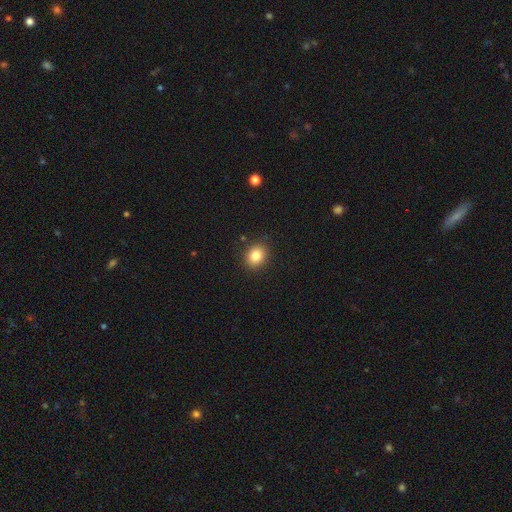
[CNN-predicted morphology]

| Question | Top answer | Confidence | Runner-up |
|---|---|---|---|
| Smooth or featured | smooth | 83% | star or artifact (10%) |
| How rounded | round | 57% | in between (42%) |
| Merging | none | 88% | minor disturbance (8%) |